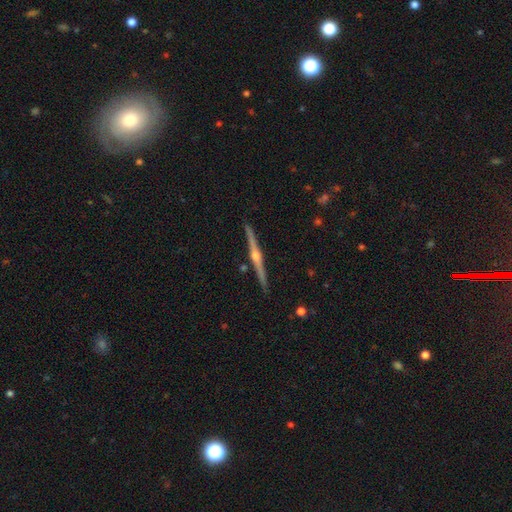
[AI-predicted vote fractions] This is clearly a featured or disk galaxy (86%). It is clearly viewed edge-on (99%). Edge-on bulge: clearly rounded (92%). Merging: clearly none (92%).